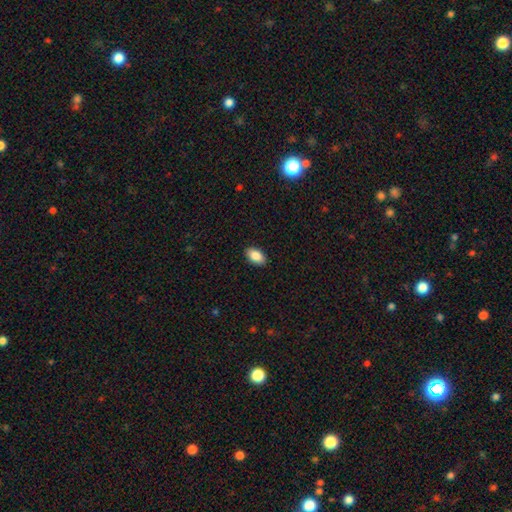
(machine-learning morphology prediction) This is clearly a smooth galaxy (88%). How rounded: clearly in between (93%). Merging: clearly none (90%).